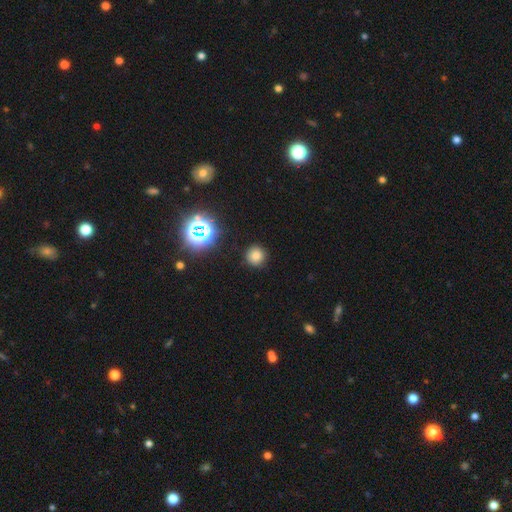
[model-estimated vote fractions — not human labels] A smooth galaxy with no disk features (75%) that is round (93%). Merging: none (89%).